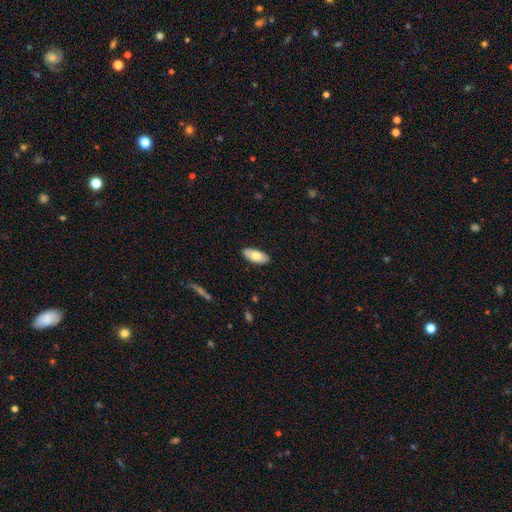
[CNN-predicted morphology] Smooth or featured?
  - smooth: 75% *
  - featured or disk: 19%
  - star or artifact: 6%
How rounded?
  - in between: 91% *
  - cigar-shaped: 7%
  - round: 2%
Merging?
  - none: 87% *
  - minor disturbance: 10%
  - major disturbance: 2%
  - merger: 1%